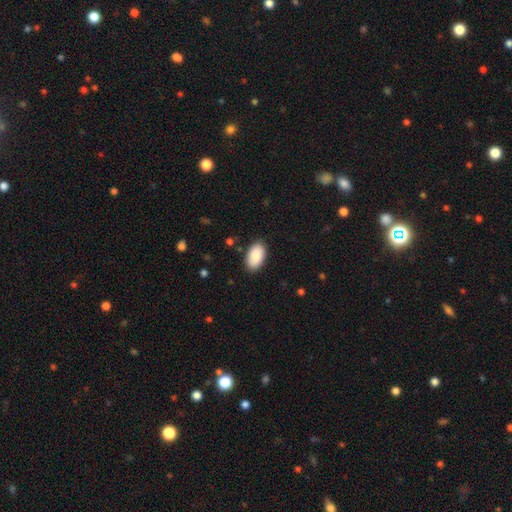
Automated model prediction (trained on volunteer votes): Overall: smooth (88%). How rounded: in between (95%). Merging: none (87%).